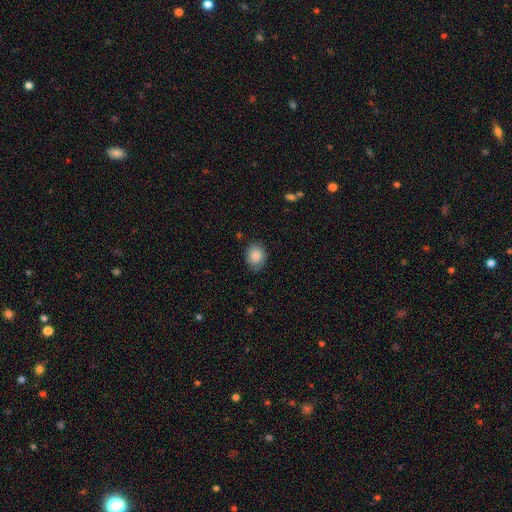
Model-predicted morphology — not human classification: Smooth or featured? Predicted: smooth (p=0.87). How rounded? Predicted: in between (p=0.53). Merging? Predicted: none (p=0.83).